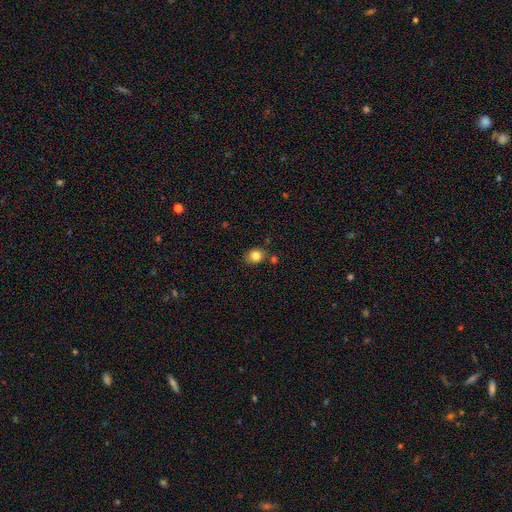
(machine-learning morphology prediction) This is clearly a smooth galaxy (83%). How rounded: possibly round (57%). Merging: likely none (74%).